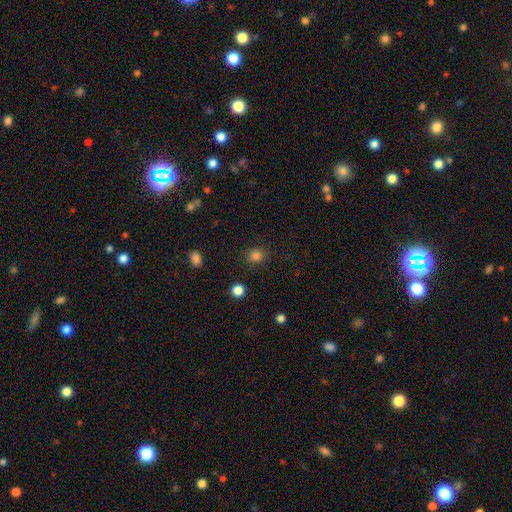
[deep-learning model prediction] Smooth or featured? smooth (82%)
How rounded? round (69%)
Merging? none (86%)